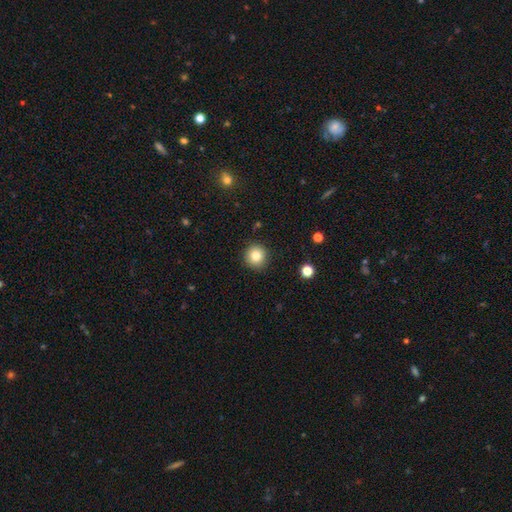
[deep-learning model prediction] smooth-or-featured: smooth: 82% | star or artifact: 11% | featured or disk: 7%
  how-rounded: round: 94% | in between: 5% | cigar-shaped: 1%
  merging: none: 91% | minor disturbance: 6% | major disturbance: 2% | merger: 1%